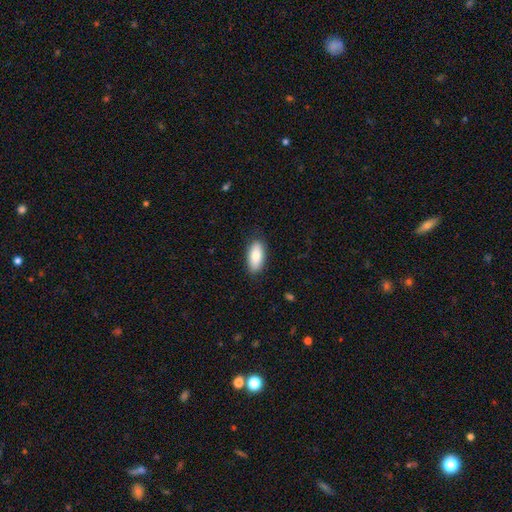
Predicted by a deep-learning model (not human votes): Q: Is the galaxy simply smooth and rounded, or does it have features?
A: smooth — 82%.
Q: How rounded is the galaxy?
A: in between — 87%.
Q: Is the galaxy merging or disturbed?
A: none — 86%.